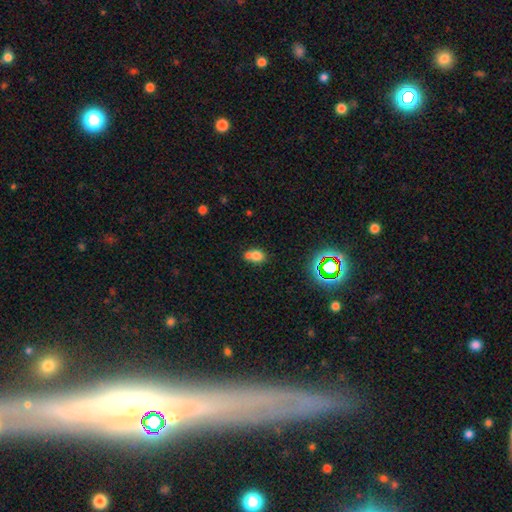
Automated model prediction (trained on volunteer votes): This appears to be a smooth galaxy with no disk features (74%) that is round (53%). Merging: merger (45%).